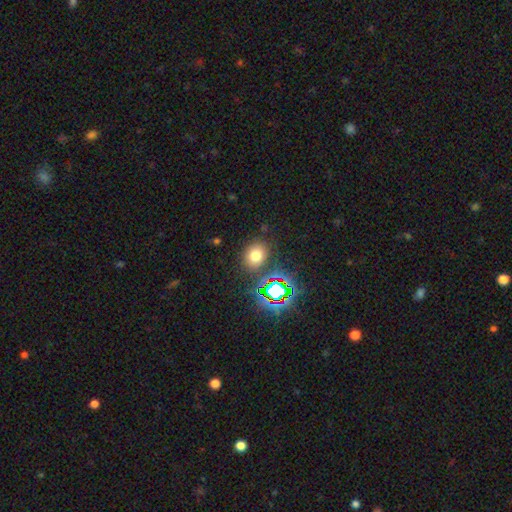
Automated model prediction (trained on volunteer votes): Smooth or featured? smooth (68%)
How rounded? round (53%)
Merging? none (81%)